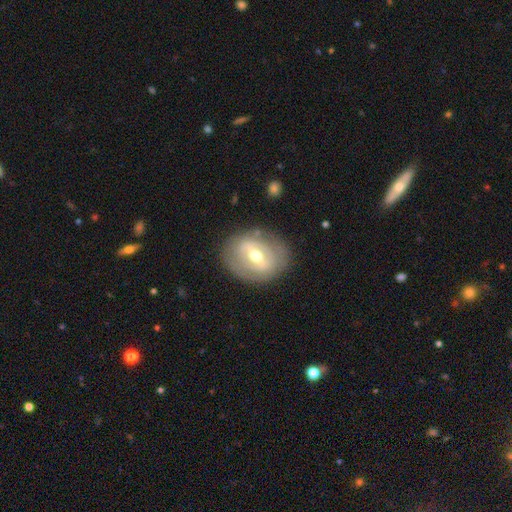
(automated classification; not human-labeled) featured or disk 68%, smooth 26%, star or artifact 6%. Down the decision tree: edge-on disk — no (93%); bar — strong (44%); spiral arms — no (60%); bulge size — moderate (69%); merging — none (79%).